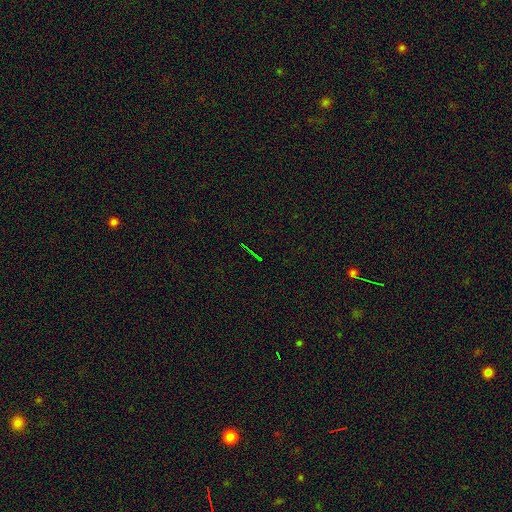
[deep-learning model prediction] Smooth or featured: star or artifact — 74% (featured or disk — 14%)